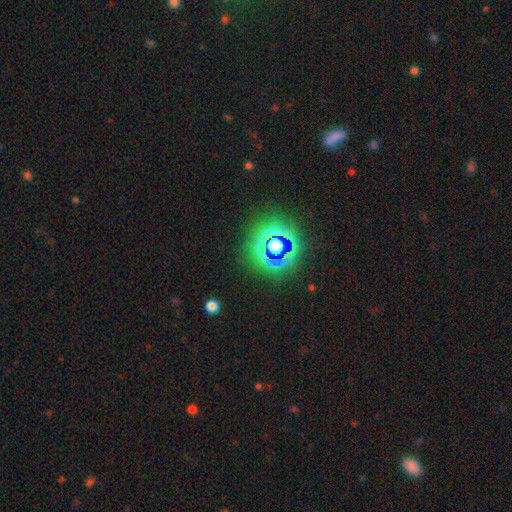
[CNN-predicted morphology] A star or artifact, not a galaxy (82%).